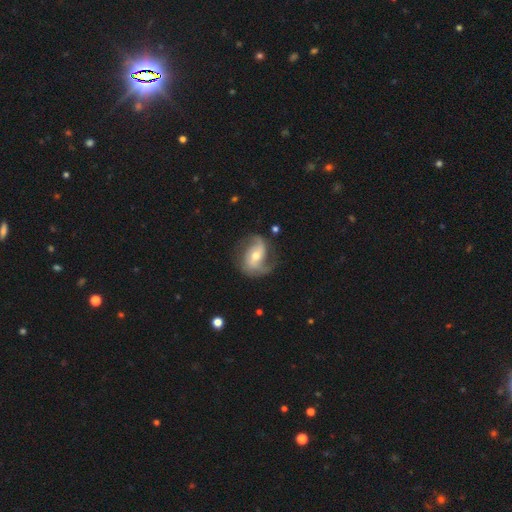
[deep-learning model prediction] smooth-or-featured: featured or disk: 80% | smooth: 14% | star or artifact: 6%
  disk-edge-on: no: 97% | yes: 3%
    bar: no: 45% | weak: 36% | strong: 19%
    has-spiral-arms: yes: 93% | no: 7%
      spiral-winding: loose: 49% | medium: 37% | tight: 14%
      spiral-arm-count: 2: 84% | can't tell: 6% | 1: 5% | 3: 3% | 4: 1% | more than 4: 1%
    bulge-size: moderate: 60% | small: 35% | large: 3% | none: 1% | dominant: 1%
  merging: none: 62% | minor disturbance: 23% | major disturbance: 13% | merger: 2%